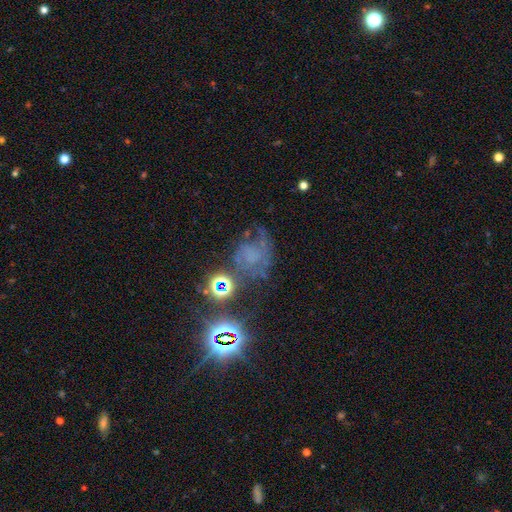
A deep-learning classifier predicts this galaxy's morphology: Q: Smooth or featured?
A: featured or disk (43%); runner-up: star or artifact (33%)
Q: Merging?
A: none (41%); runner-up: major disturbance (29%)